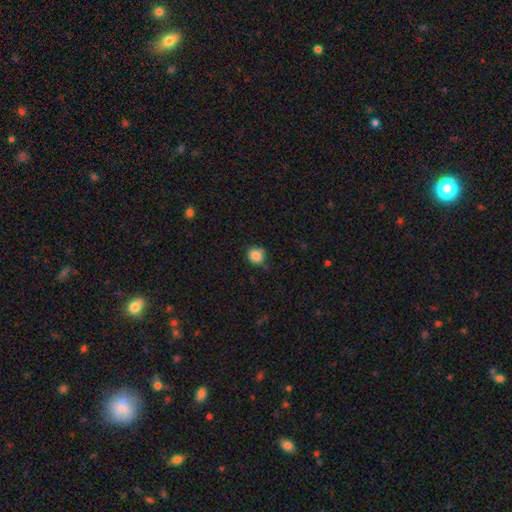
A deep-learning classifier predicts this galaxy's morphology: This is clearly a smooth galaxy (85%). How rounded: clearly round (84%). Merging: likely none (75%).